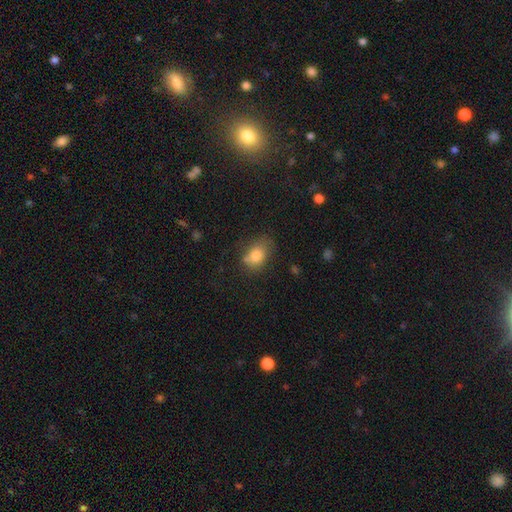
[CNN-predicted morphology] The model was most divided on "merging": none: 55%, minor disturbance: 28%, major disturbance: 10%, merger: 8%. More confident: smooth or featured — smooth (79%); how rounded — in between (71%).